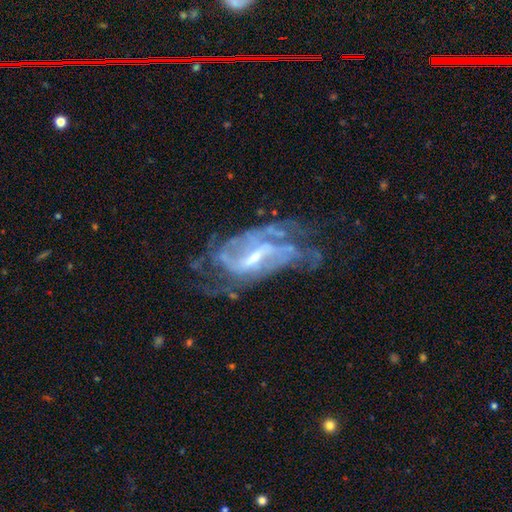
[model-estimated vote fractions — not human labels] Smooth or featured?
  - featured or disk: 86% *
  - star or artifact: 8%
  - smooth: 7%
Edge-on disk?
  - no: 94% *
  - yes: 6%
Bar?
  - weak: 46% *
  - strong: 36%
  - no: 18%
Spiral arms?
  - yes: 88% *
  - no: 12%
Spiral winding?
  - medium: 41% *
  - loose: 31%
  - tight: 28%
Spiral arm count?
  - can't tell: 35% *
  - 2: 32%
  - 3: 14%
  - 4: 8%
  - 1: 6%
  - more than 4: 5%
Bulge size?
  - small: 54% *
  - moderate: 37%
  - none: 6%
  - large: 3%
  - dominant: 1%
Merging?
  - none: 44% *
  - major disturbance: 30%
  - minor disturbance: 22%
  - merger: 4%